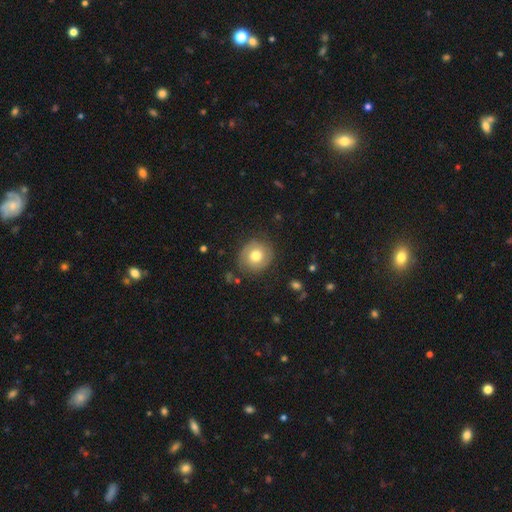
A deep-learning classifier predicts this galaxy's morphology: A smooth galaxy with no disk features (55%) that is round (85%).

Vote fractions:
- Smooth or featured? smooth: 55% / featured or disk: 37% / star or artifact: 9%
- How rounded? round: 85% / in between: 14% / cigar-shaped: 1%
- Merging? none: 82% / minor disturbance: 13% / major disturbance: 5% / merger: 1%